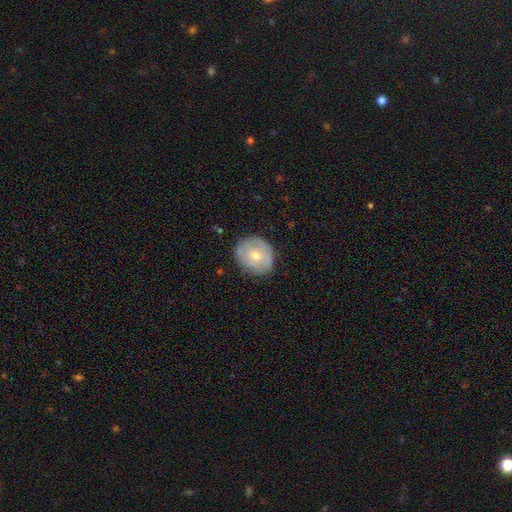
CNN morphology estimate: Smooth or featured? featured or disk (49%)
Merging? none (78%)